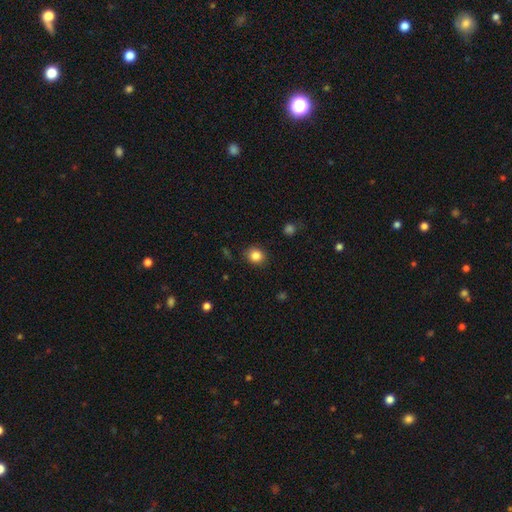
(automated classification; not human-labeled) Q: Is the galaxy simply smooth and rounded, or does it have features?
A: smooth — 84%.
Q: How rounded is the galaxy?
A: round — 78%.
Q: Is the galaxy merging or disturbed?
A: none — 86%.